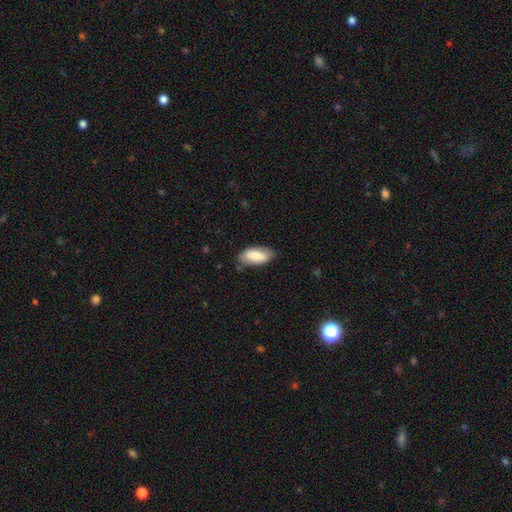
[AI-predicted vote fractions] This is likely a smooth galaxy (80%). How rounded: clearly in between (90%). Merging: likely none (74%).